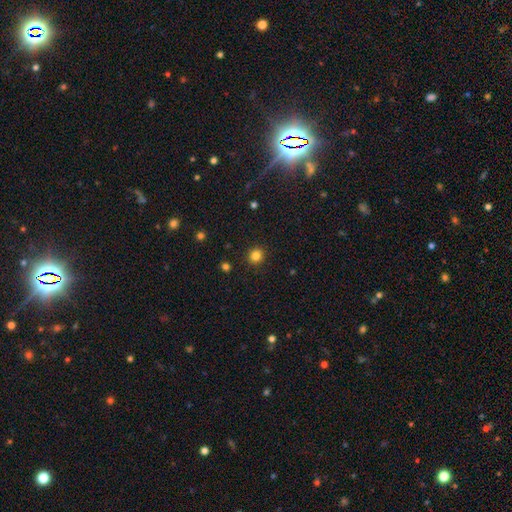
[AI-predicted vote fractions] A smooth galaxy with no disk features (83%) that is round (91%).

Vote fractions:
- Smooth or featured? smooth: 83% / star or artifact: 13% / featured or disk: 4%
- How rounded? round: 91% / in between: 8% / cigar-shaped: 1%
- Merging? none: 92% / minor disturbance: 5% / major disturbance: 2% / merger: 1%